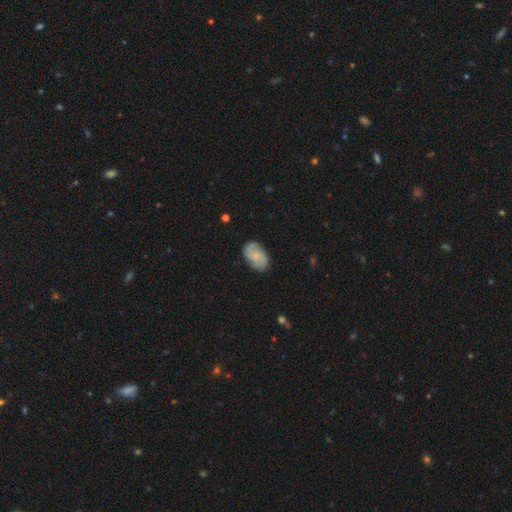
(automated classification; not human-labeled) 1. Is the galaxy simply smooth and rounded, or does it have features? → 50% smooth, 43% featured or disk, 7% star or artifact.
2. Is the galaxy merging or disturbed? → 77% none, 18% minor disturbance, 4% major disturbance, 1% merger.